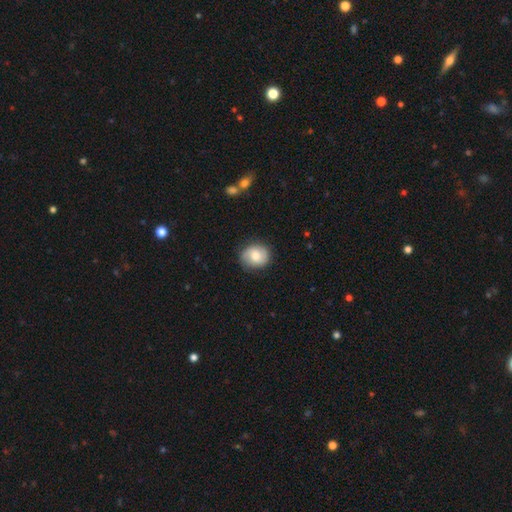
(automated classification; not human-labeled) A smooth galaxy with no disk features (58%) that is round (72%). Merging: none (83%).